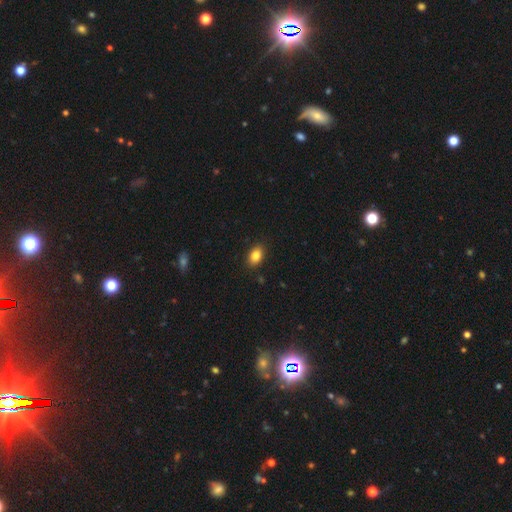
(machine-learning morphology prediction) smooth-or-featured: smooth: 85% | star or artifact: 8% | featured or disk: 7%
  how-rounded: in between: 85% | round: 13% | cigar-shaped: 2%
  merging: none: 88% | minor disturbance: 9% | major disturbance: 2% | merger: 1%